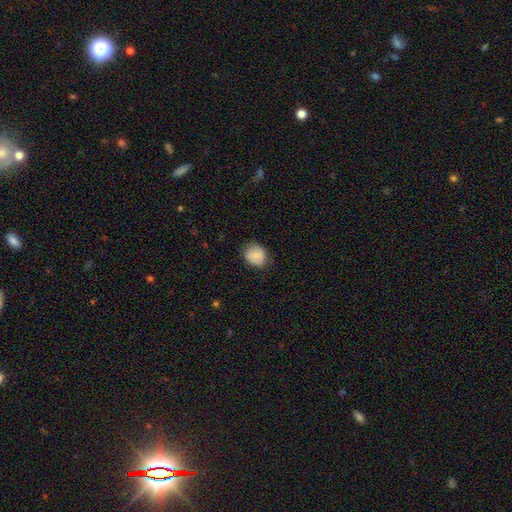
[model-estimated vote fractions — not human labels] Smooth or featured?
  - smooth: 81% *
  - featured or disk: 11%
  - star or artifact: 8%
How rounded?
  - round: 68% *
  - in between: 31%
  - cigar-shaped: 1%
Merging?
  - none: 80% *
  - minor disturbance: 15%
  - major disturbance: 3%
  - merger: 1%